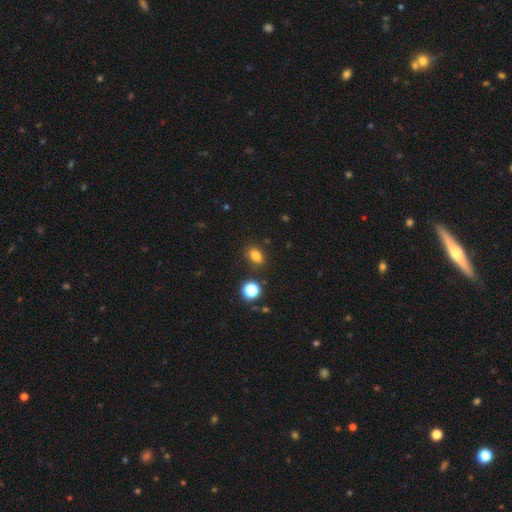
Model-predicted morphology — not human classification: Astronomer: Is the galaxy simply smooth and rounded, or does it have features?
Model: smooth — 79%.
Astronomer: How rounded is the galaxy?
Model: in between — 76%.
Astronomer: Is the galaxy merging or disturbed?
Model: none — 84%.